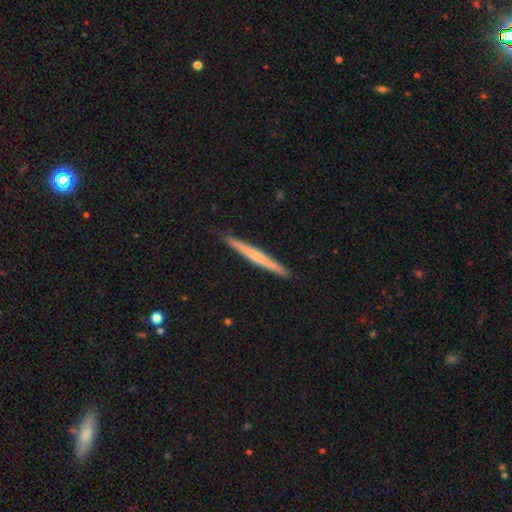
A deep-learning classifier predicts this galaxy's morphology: The model was most divided on "smooth or featured": featured or disk: 49%, smooth: 46%, star or artifact: 5%. More confident: merging — none (92%).